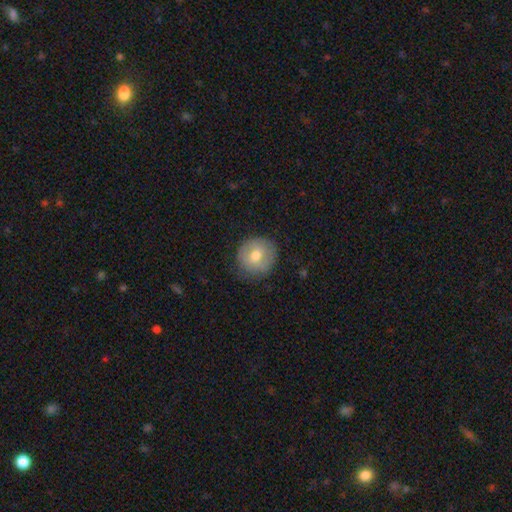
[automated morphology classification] Q: Smooth or featured?
A: smooth (69%); runner-up: featured or disk (23%)
Q: How rounded?
A: round (92%); runner-up: in between (7%)
Q: Merging?
A: none (82%); runner-up: minor disturbance (13%)